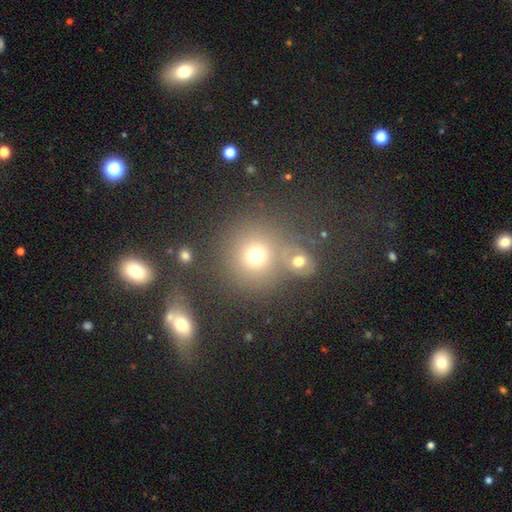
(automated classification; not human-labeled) smooth_or_featured: smooth (p=0.71) [alt: star or artifact p=0.17]
how_rounded: round (p=0.87) [alt: in between p=0.12]
merging: none (p=0.59) [alt: merger p=0.26]